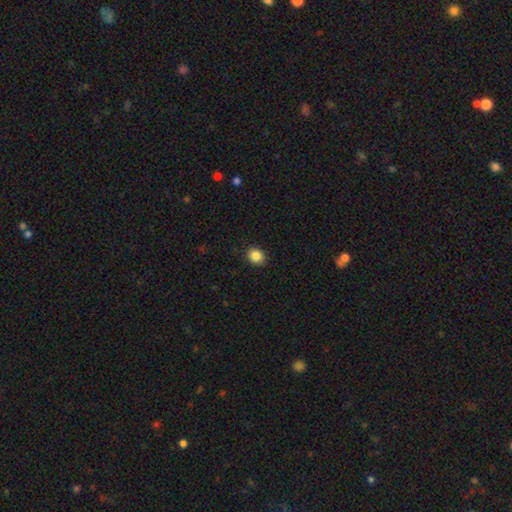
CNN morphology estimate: Q: Smooth or featured?
A: smooth (87%); runner-up: star or artifact (10%)
Q: How rounded?
A: round (70%); runner-up: in between (29%)
Q: Merging?
A: none (90%); runner-up: minor disturbance (7%)